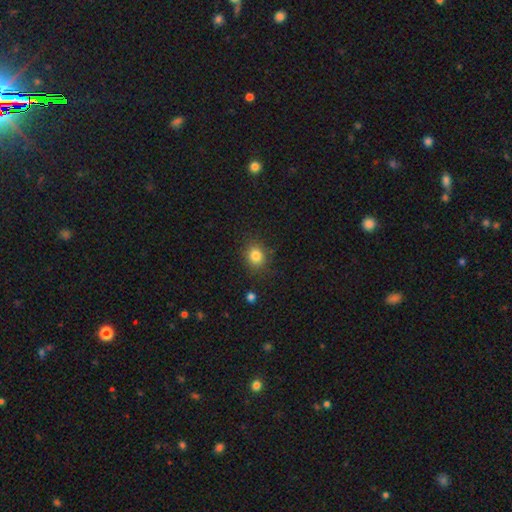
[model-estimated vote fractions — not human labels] The model was most divided on "how rounded": round: 71%, in between: 29%, cigar-shaped: 1%. More confident: merging — none (84%); smooth or featured — smooth (83%).